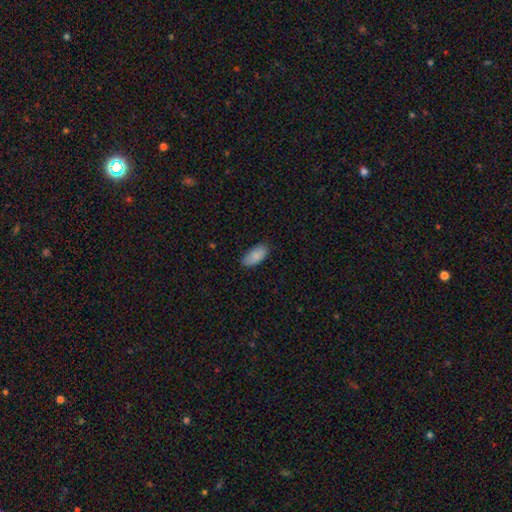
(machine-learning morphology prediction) A smooth galaxy with no disk features (86%) that is in between round and cigar-shaped (93%). Merging: none (81%).